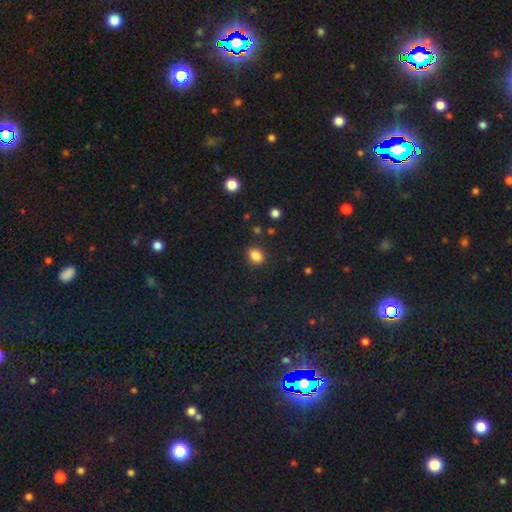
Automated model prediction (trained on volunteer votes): A smooth galaxy with no disk features (85%) that is in between round and cigar-shaped (68%).

Vote fractions:
- Smooth or featured? smooth: 85% / star or artifact: 11% / featured or disk: 4%
- How rounded? in between: 68% / round: 31% / cigar-shaped: 1%
- Merging? none: 85% / minor disturbance: 11% / major disturbance: 3% / merger: 2%